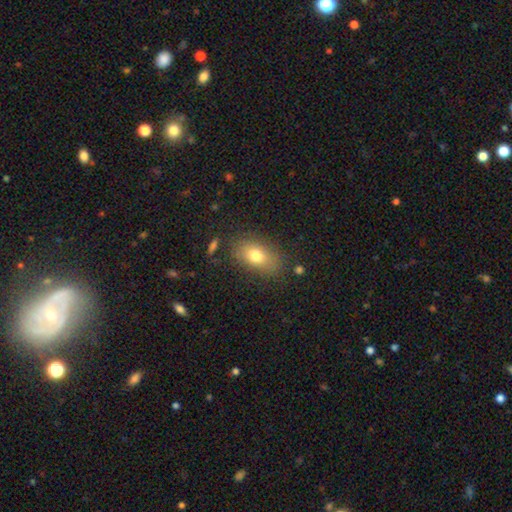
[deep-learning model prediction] smooth-or-featured: smooth: 75% | featured or disk: 15% | star or artifact: 10%
  how-rounded: in between: 84% | round: 14% | cigar-shaped: 3%
  merging: none: 79% | minor disturbance: 14% | major disturbance: 5% | merger: 2%